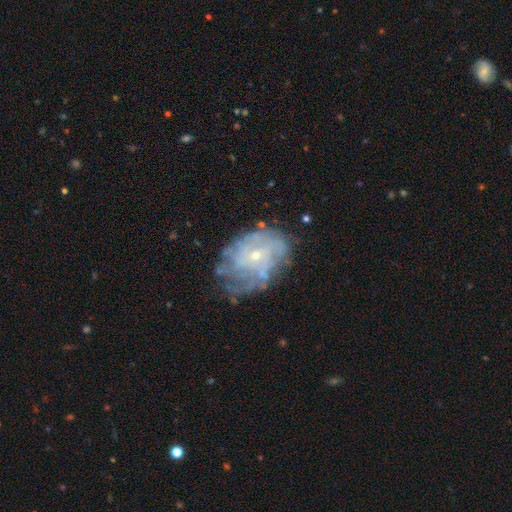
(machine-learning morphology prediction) Smooth or featured? featured or disk (72%)
Edge-on disk? no (96%)
Bar? no (77%)
Spiral arms? yes (65%)
Bulge size? small (75%)
Merging? none (55%)